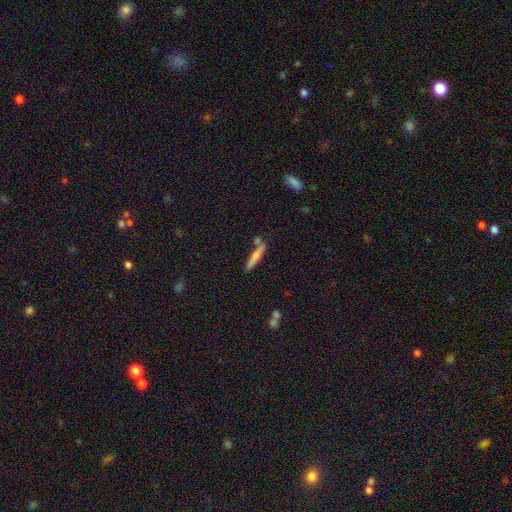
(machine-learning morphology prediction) smooth 64%, featured or disk 29%, star or artifact 7%. Down the decision tree: how rounded — cigar-shaped (90%); merging — none (70%).